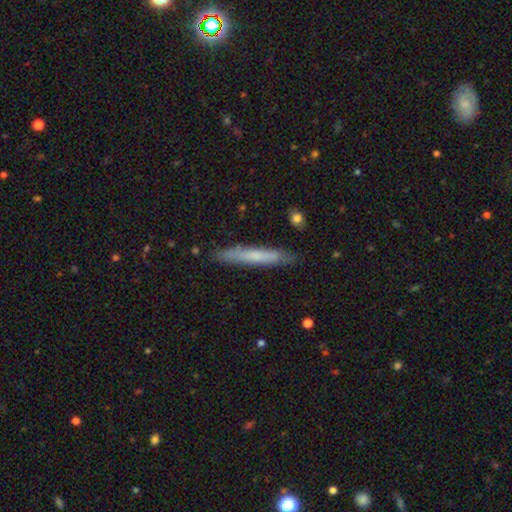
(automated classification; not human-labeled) Overall: smooth (59%; featured or disk 35%). How rounded: cigar-shaped (95%). Merging: none (86%).